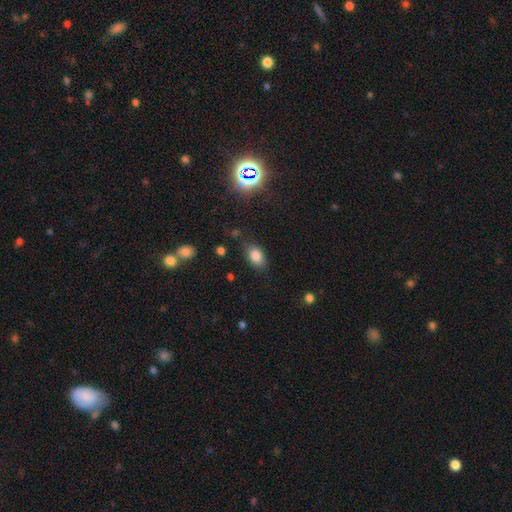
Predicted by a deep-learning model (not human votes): A smooth galaxy with no disk features (81%) that is in between round and cigar-shaped (87%).

Vote fractions:
- Smooth or featured? smooth: 81% / star or artifact: 11% / featured or disk: 8%
- How rounded? in between: 87% / round: 11% / cigar-shaped: 2%
- Merging? none: 77% / minor disturbance: 16% / major disturbance: 4% / merger: 2%